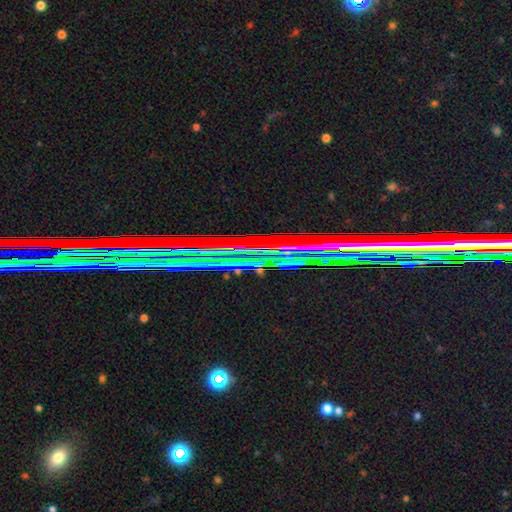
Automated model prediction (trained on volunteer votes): Smooth or featured? star or artifact (71%)